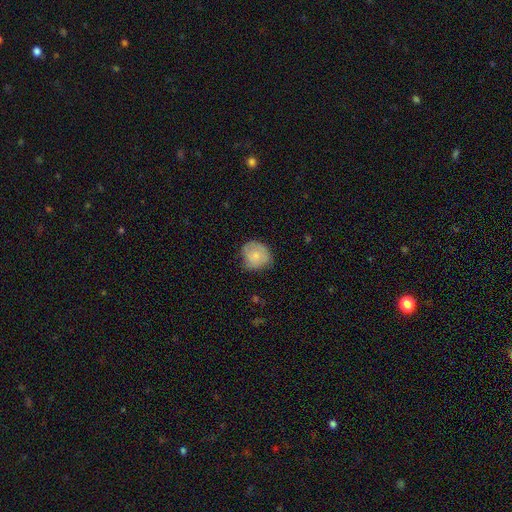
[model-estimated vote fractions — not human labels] This appears to be a smooth galaxy with no disk features (69%) that is round (80%). Merging: none (58%).